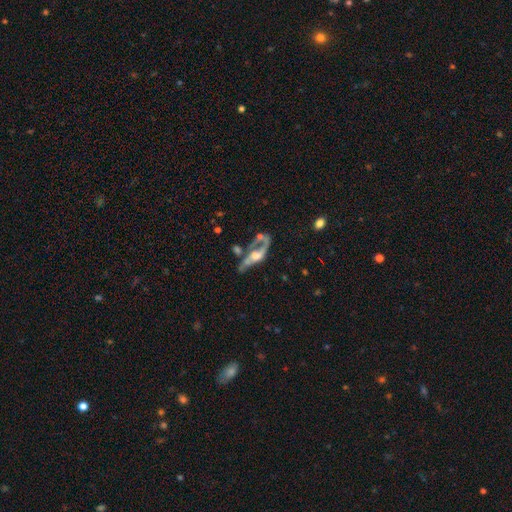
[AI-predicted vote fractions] smooth-or-featured: featured or disk: 74% | smooth: 17% | star or artifact: 9%
  disk-edge-on: no: 79% | yes: 21%
    bar: no: 60% | weak: 27% | strong: 13%
    has-spiral-arms: yes: 70% | no: 30%
    bulge-size: moderate: 43% | large: 24% | small: 17% | none: 13% | dominant: 3%
  merging: major disturbance: 33% | merger: 28% | none: 25% | minor disturbance: 14%